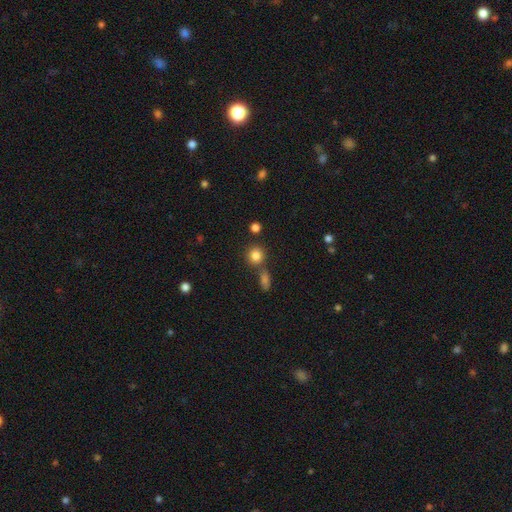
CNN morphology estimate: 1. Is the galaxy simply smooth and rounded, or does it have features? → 82% smooth, 12% star or artifact, 6% featured or disk.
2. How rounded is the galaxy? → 87% round, 12% in between, 1% cigar-shaped.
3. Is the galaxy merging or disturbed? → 69% none, 18% merger, 9% minor disturbance, 4% major disturbance.